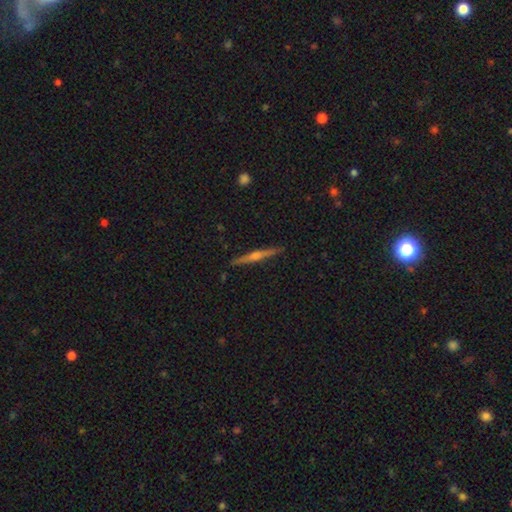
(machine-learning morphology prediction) Smooth or featured? Predicted: featured or disk (p=0.74). Edge-on disk? Predicted: yes (p=0.98). Edge-on bulge? Predicted: rounded (p=0.86). Merging? Predicted: none (p=0.91).